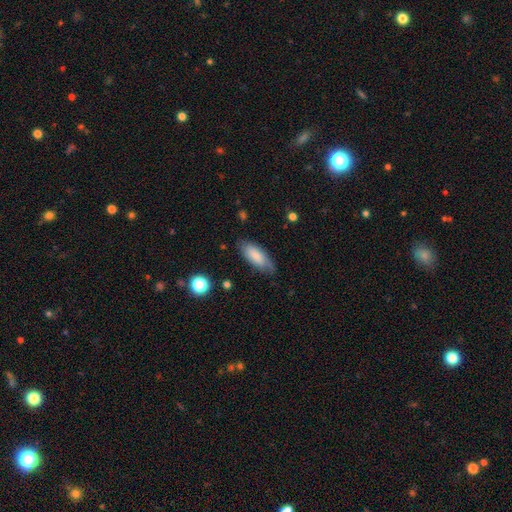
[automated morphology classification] smooth 78%, featured or disk 16%, star or artifact 6%. Down the decision tree: how rounded — in between (77%); merging — none (74%).